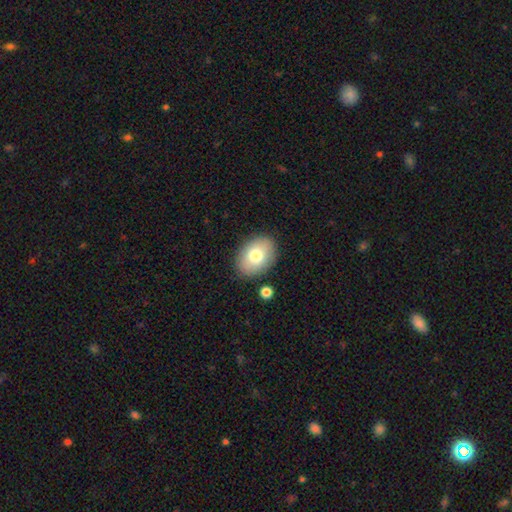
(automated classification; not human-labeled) Q: Smooth or featured?
A: smooth (78%); runner-up: featured or disk (15%)
Q: How rounded?
A: in between (82%); runner-up: round (17%)
Q: Merging?
A: none (85%); runner-up: minor disturbance (10%)